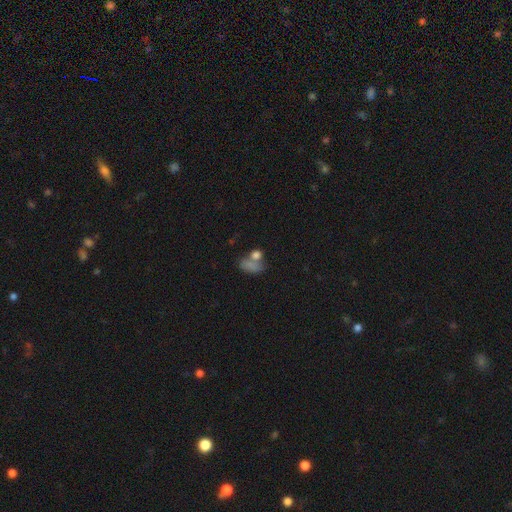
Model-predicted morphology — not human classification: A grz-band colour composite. It shows a smooth galaxy with no disk features (43%). Merging: none (45%).